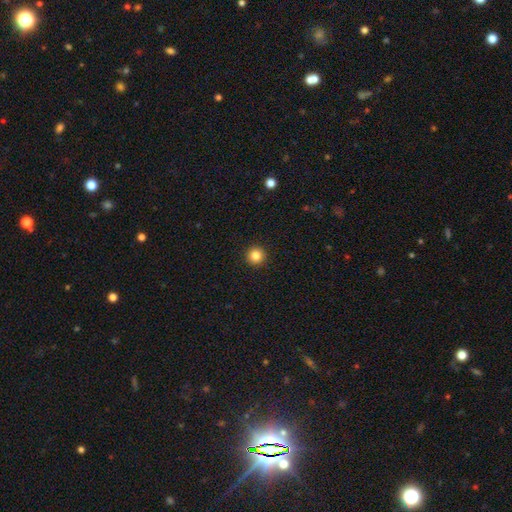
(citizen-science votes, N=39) Smooth or featured? 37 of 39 (95%) said smooth. How rounded? 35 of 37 (95%) said round. Merging? 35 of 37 (95%) said none.